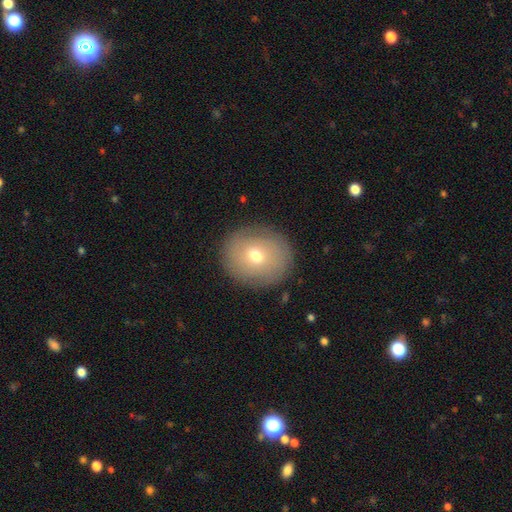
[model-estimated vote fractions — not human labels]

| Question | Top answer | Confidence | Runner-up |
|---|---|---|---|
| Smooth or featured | smooth | 64% | featured or disk (25%) |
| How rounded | round | 79% | in between (20%) |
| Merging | none | 86% | minor disturbance (9%) |